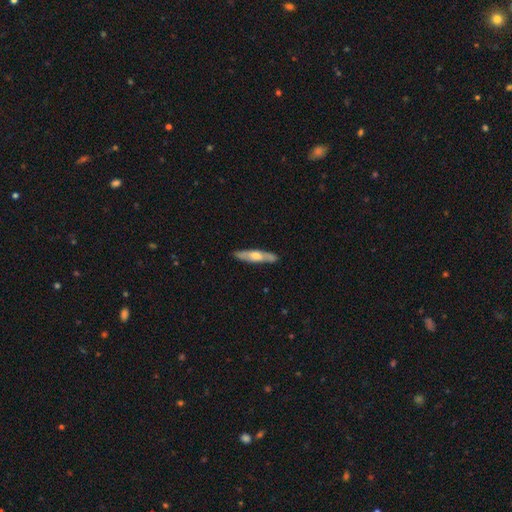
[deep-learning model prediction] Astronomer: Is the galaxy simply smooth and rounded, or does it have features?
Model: featured or disk — 49% (runner-up: smooth, 46%).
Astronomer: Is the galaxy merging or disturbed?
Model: none — 85%.